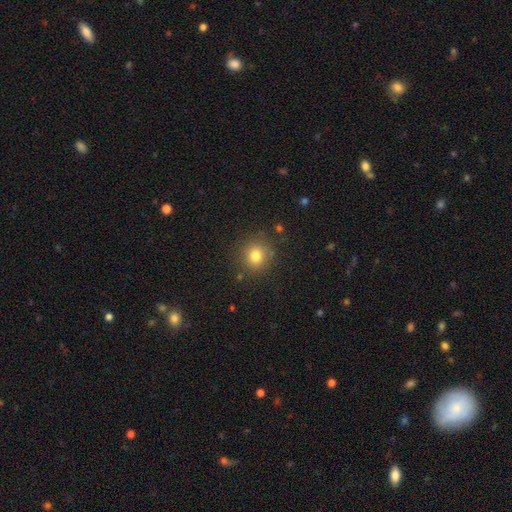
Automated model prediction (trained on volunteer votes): Q: Smooth or featured?
A: smooth (78%); runner-up: star or artifact (14%)
Q: How rounded?
A: round (89%); runner-up: in between (10%)
Q: Merging?
A: none (85%); runner-up: minor disturbance (9%)